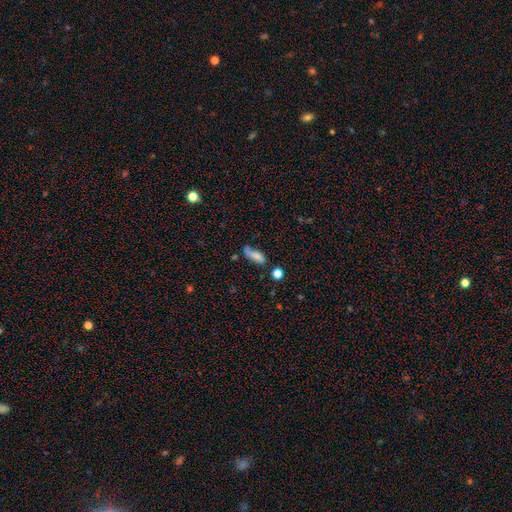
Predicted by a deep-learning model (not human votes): smooth_or_featured: smooth (p=0.75) [alt: featured or disk p=0.16]
how_rounded: in between (p=0.63) [alt: cigar-shaped p=0.33]
merging: none (p=0.51) [alt: minor disturbance p=0.29]